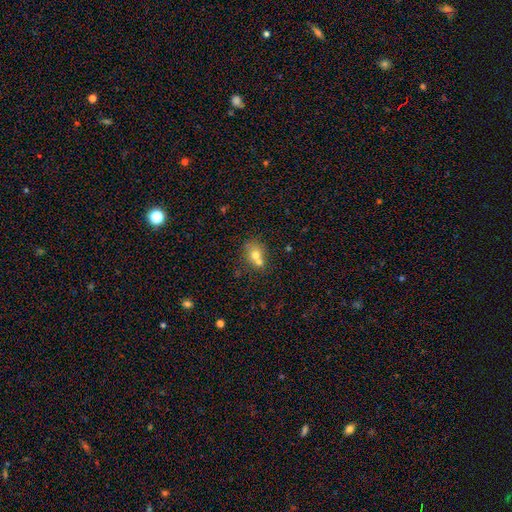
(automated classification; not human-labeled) Smooth or featured? Predicted: smooth (p=0.68). How rounded? Predicted: round (p=0.65). Merging? Predicted: merger (p=0.49).